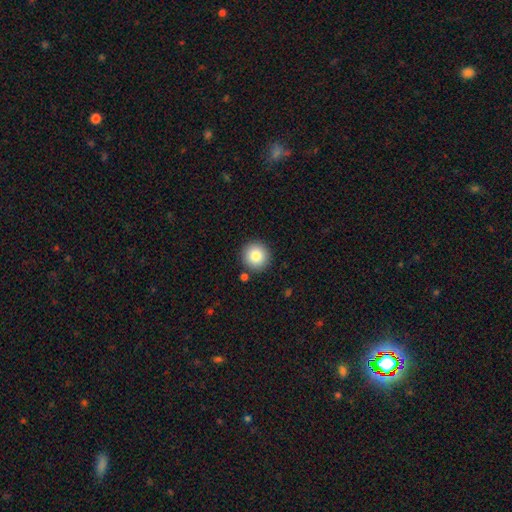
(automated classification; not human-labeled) Smooth or featured? smooth (84%)
How rounded? round (95%)
Merging? none (88%)